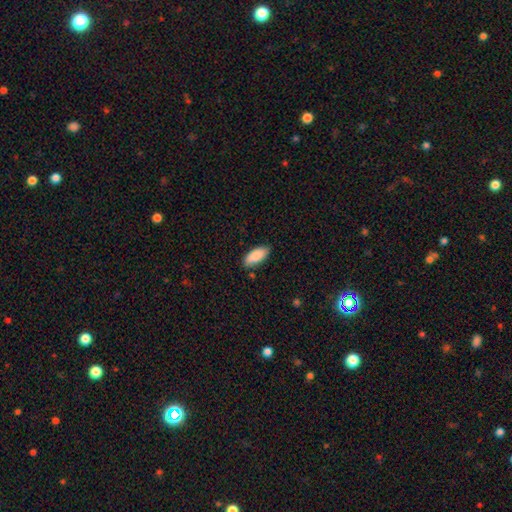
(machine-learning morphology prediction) A smooth galaxy with no disk features (87%) that is in between round and cigar-shaped (84%). Merging: none (82%).